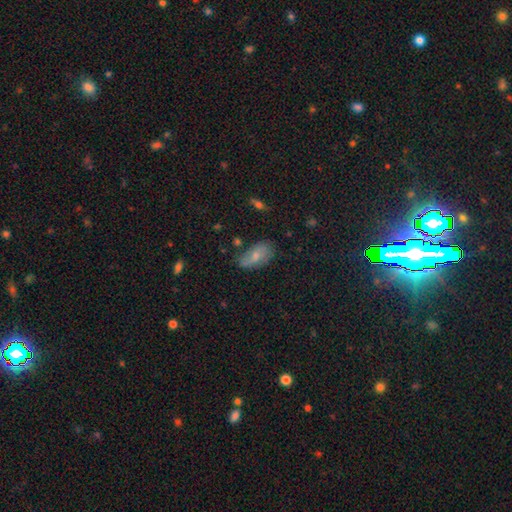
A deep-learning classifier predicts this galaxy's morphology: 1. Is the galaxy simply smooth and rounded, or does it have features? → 68% smooth, 23% featured or disk, 10% star or artifact.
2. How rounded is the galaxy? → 91% in between, 6% cigar-shaped, 4% round.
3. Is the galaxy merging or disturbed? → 61% none, 27% minor disturbance, 8% major disturbance, 4% merger.